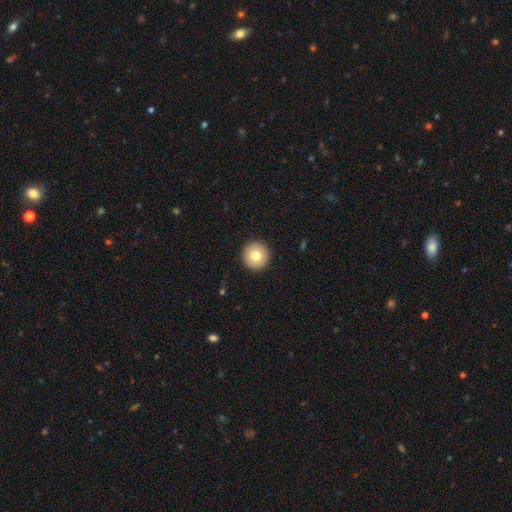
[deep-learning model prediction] Smooth or featured? smooth (76%)
How rounded? round (96%)
Merging? none (93%)